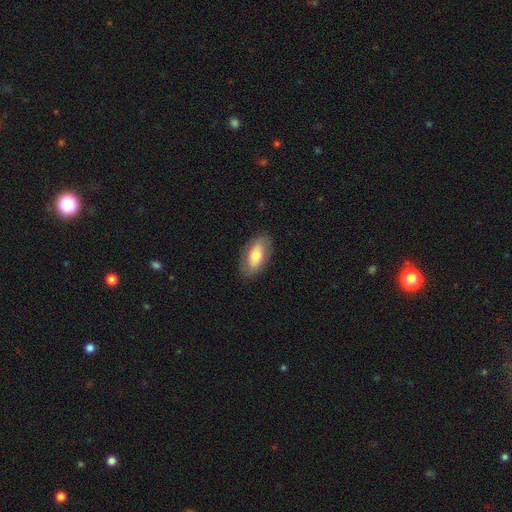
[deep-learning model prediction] Smooth or featured: smooth — 60% (featured or disk — 34%)
How rounded: in between — 89% (cigar-shaped — 7%)
Merging: none — 84% (minor disturbance — 12%)